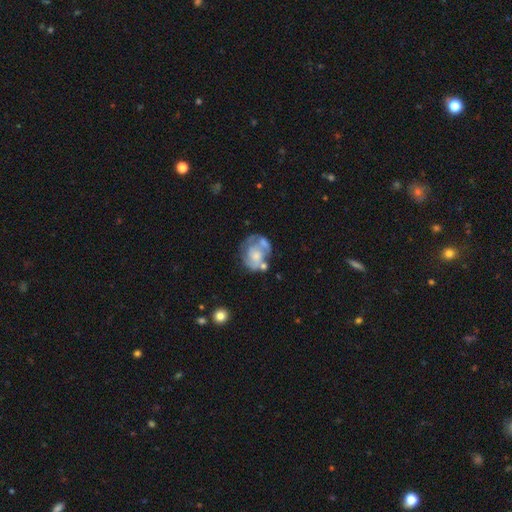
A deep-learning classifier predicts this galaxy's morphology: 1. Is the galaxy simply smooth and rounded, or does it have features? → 69% featured or disk, 25% smooth, 6% star or artifact.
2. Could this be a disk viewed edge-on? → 98% no, 2% yes.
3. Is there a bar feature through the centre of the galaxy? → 78% no, 18% weak, 3% strong.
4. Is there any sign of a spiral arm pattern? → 66% yes, 34% no.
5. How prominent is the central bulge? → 41% small, 40% moderate, 12% none, 6% large, 2% dominant.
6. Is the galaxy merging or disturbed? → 41% none, 22% minor disturbance, 20% merger, 17% major disturbance.